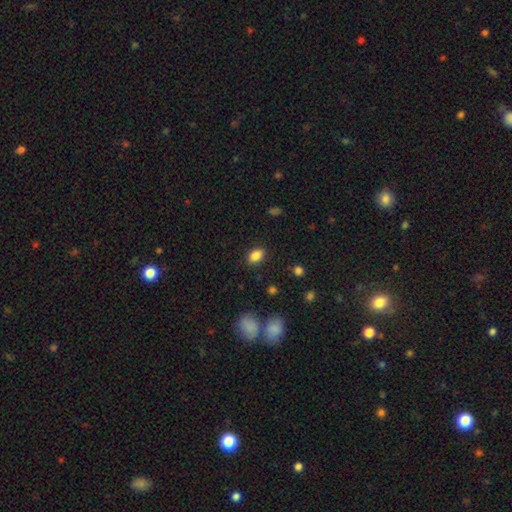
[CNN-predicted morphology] This is clearly a smooth galaxy (86%). How rounded: clearly in between (83%). Merging: clearly none (86%).